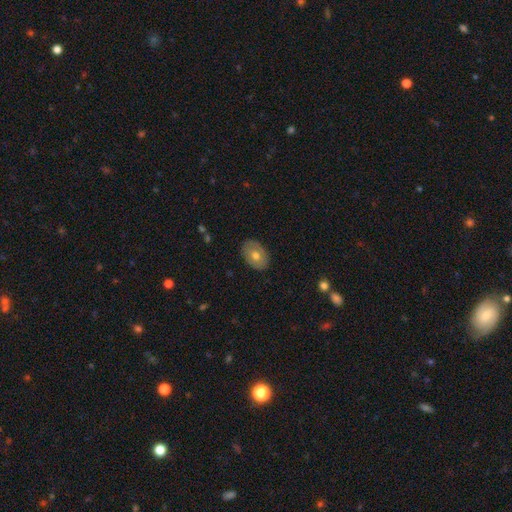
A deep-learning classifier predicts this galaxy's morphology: This is likely a smooth galaxy (63%). How rounded: clearly in between (82%). Merging: clearly none (86%).